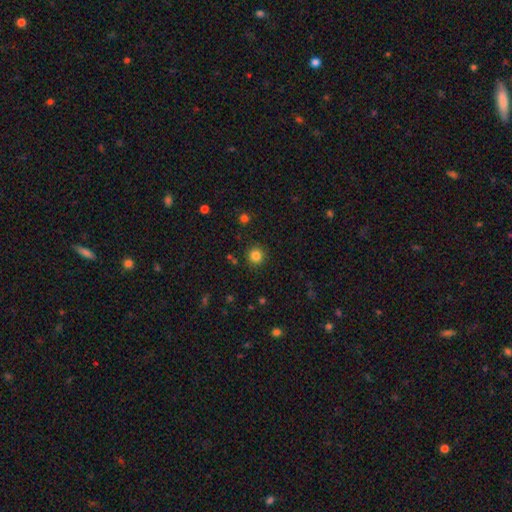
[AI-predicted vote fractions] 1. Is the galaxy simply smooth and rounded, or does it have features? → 83% smooth, 13% star or artifact, 4% featured or disk.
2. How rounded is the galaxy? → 92% round, 7% in between, 1% cigar-shaped.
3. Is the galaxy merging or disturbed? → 89% none, 7% minor disturbance, 2% major disturbance, 2% merger.